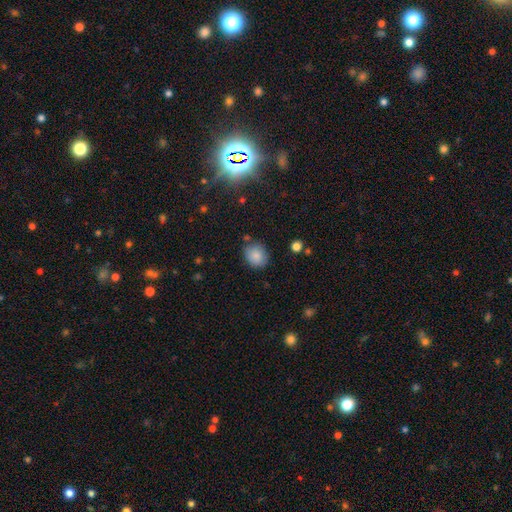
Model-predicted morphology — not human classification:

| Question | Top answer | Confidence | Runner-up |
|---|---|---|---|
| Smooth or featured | smooth | 84% | star or artifact (9%) |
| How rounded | round | 59% | in between (40%) |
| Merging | none | 76% | minor disturbance (17%) |